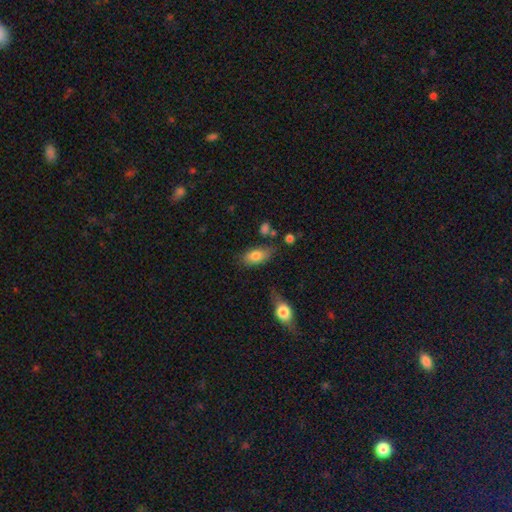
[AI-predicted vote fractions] Q: Smooth or featured?
A: smooth (79%); runner-up: featured or disk (13%)
Q: How rounded?
A: in between (90%); runner-up: cigar-shaped (6%)
Q: Merging?
A: none (65%); runner-up: minor disturbance (22%)